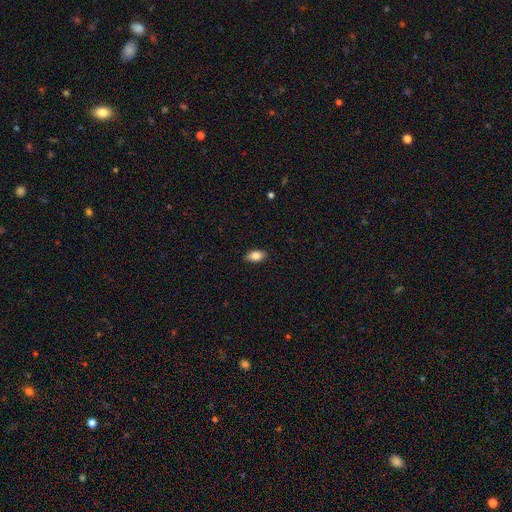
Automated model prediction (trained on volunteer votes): Smooth or featured? Predicted: smooth (p=0.82). How rounded? Predicted: in between (p=0.90). Merging? Predicted: none (p=0.87).